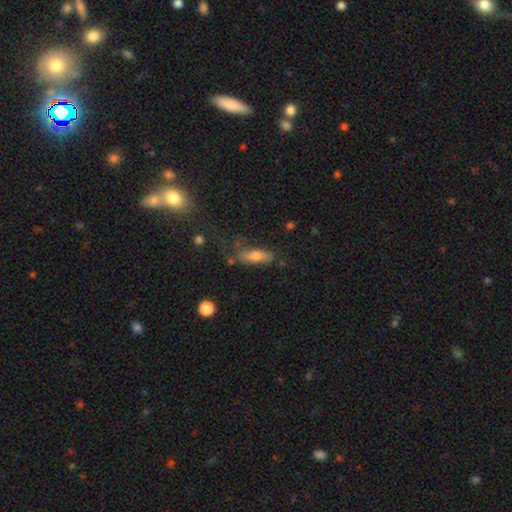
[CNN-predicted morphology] Smooth or featured? smooth (70%)
How rounded? in between (52%)
Merging? none (59%)